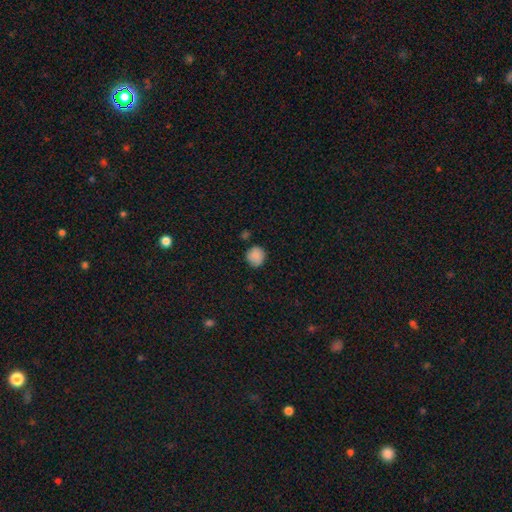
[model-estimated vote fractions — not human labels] Smooth or featured? Predicted: smooth (p=0.87). How rounded? Predicted: round (p=0.90). Merging? Predicted: none (p=0.82).